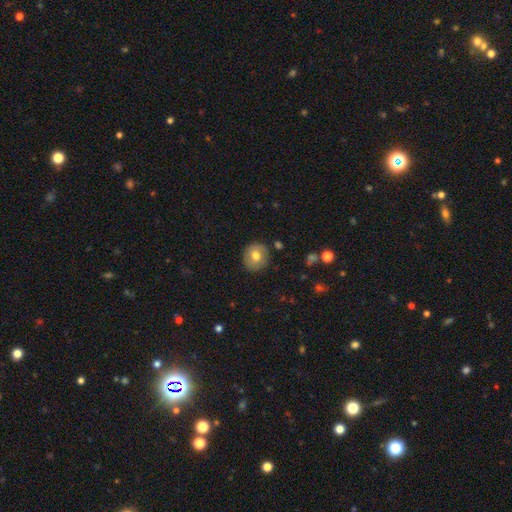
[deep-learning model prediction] Q: Smooth or featured?
A: smooth (71%); runner-up: featured or disk (20%)
Q: How rounded?
A: round (85%); runner-up: in between (14%)
Q: Merging?
A: none (86%); runner-up: minor disturbance (10%)